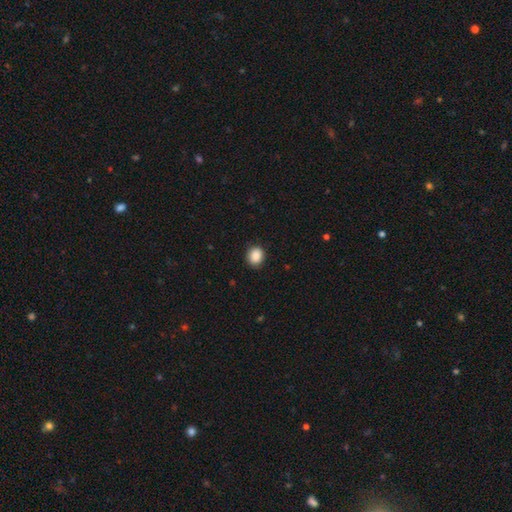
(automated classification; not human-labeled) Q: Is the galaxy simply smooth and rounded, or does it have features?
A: smooth — 88%.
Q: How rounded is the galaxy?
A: round — 71%.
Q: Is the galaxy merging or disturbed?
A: none — 87%.